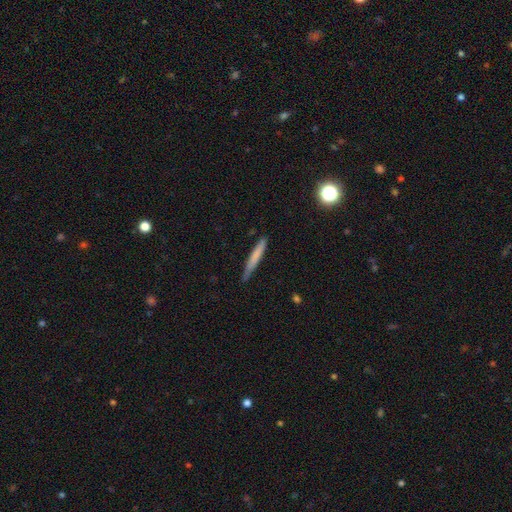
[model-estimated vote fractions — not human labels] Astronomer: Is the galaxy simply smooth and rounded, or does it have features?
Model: smooth — 71%.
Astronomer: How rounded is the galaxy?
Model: cigar-shaped — 94%.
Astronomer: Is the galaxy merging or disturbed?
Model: none — 77%.